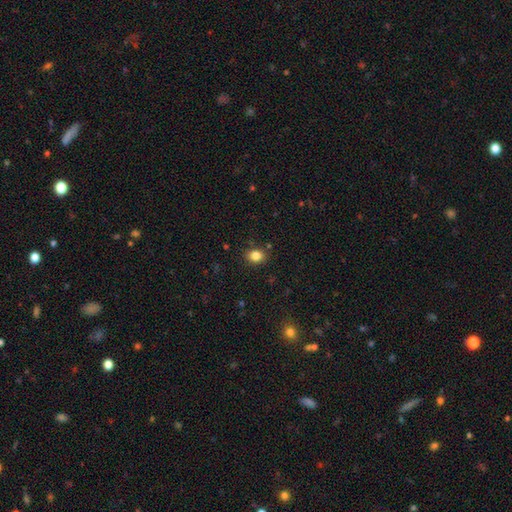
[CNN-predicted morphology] This appears to be a smooth galaxy with no disk features (83%) that is round (54%). Merging: none (86%).